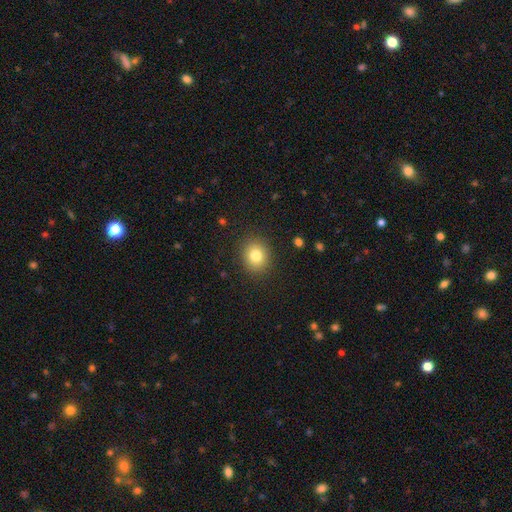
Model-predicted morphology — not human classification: type=smooth (80%); roundness=round (73%); merging=none (89%).